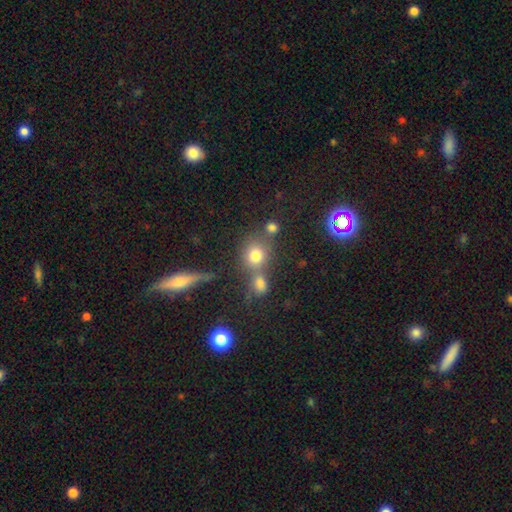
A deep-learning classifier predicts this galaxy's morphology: Smooth or featured?
  - smooth: 75% *
  - star or artifact: 16%
  - featured or disk: 10%
How rounded?
  - round: 78% *
  - in between: 21%
  - cigar-shaped: 2%
Merging?
  - none: 50% *
  - merger: 35%
  - minor disturbance: 10%
  - major disturbance: 6%